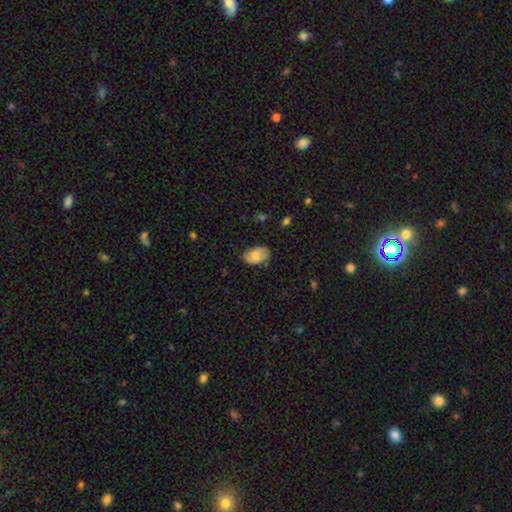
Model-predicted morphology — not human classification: This appears to be a smooth galaxy with no disk features (82%) that is in between round and cigar-shaped (93%). Merging: none (78%).